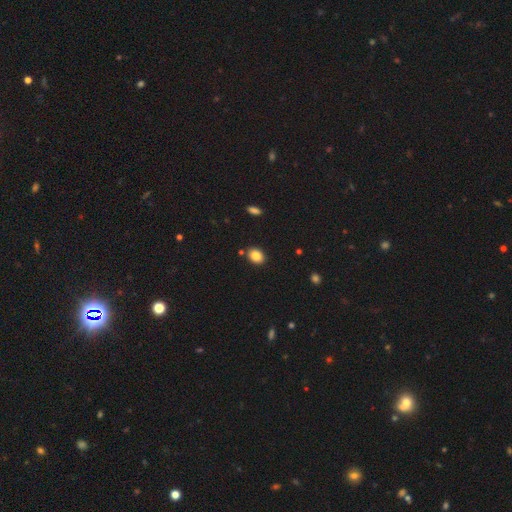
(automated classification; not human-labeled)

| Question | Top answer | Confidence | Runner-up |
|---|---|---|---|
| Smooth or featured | smooth | 85% | star or artifact (9%) |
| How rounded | in between | 63% | round (36%) |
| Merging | none | 85% | minor disturbance (9%) |